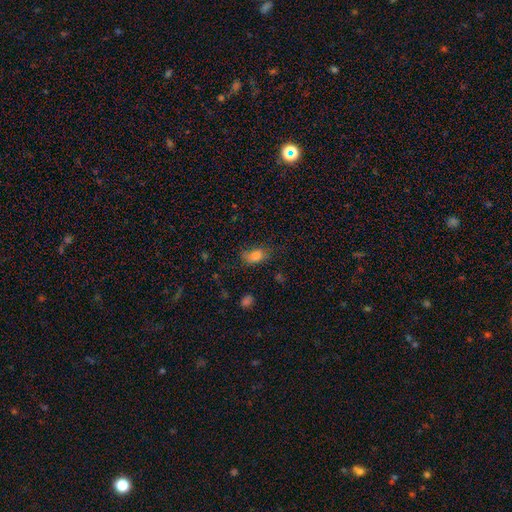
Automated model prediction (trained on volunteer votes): Morphology: type=smooth (80%); roundness=in between (83%); merging=none (66%).